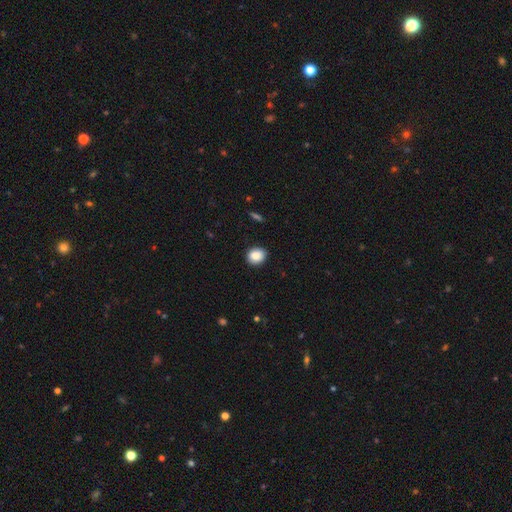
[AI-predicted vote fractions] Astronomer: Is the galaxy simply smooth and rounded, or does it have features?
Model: smooth — 87%.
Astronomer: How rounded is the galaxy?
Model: round — 71%.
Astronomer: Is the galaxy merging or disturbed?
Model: none — 90%.